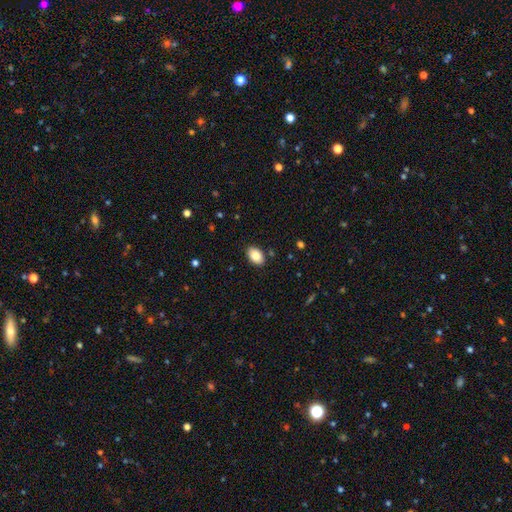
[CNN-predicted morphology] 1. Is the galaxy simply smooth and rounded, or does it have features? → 85% smooth, 8% featured or disk, 7% star or artifact.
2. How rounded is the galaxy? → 88% in between, 11% round, 1% cigar-shaped.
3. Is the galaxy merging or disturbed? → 88% none, 8% minor disturbance, 2% major disturbance, 1% merger.